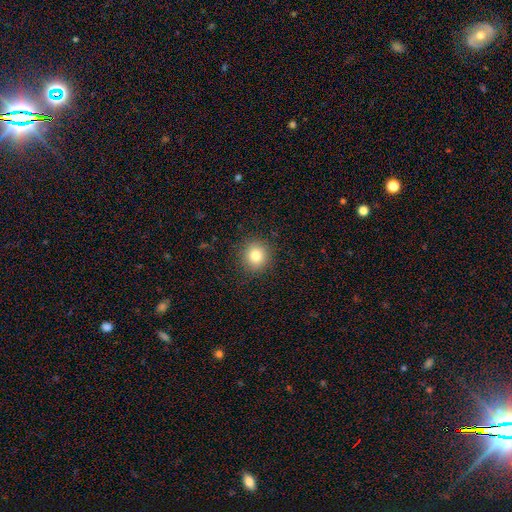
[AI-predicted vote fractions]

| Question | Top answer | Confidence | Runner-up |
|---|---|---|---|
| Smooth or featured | smooth | 81% | star or artifact (12%) |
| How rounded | round | 91% | in between (8%) |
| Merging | none | 89% | minor disturbance (7%) |